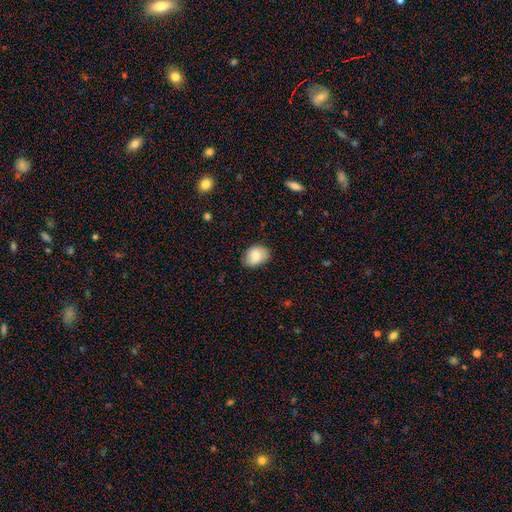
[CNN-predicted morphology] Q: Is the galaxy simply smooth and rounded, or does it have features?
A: smooth — 79%.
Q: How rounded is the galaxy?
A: in between — 74%.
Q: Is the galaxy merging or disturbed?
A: none — 78%.